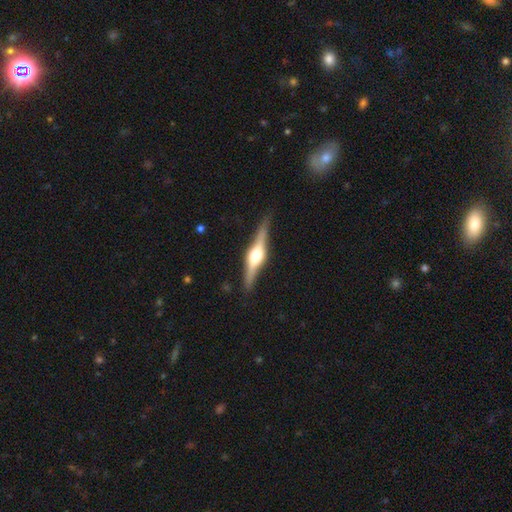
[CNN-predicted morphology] Smooth or featured? Predicted: featured or disk (p=0.80). Edge-on disk? Predicted: yes (p=0.98). Edge-on bulge? Predicted: rounded (p=0.91). Merging? Predicted: none (p=0.88).